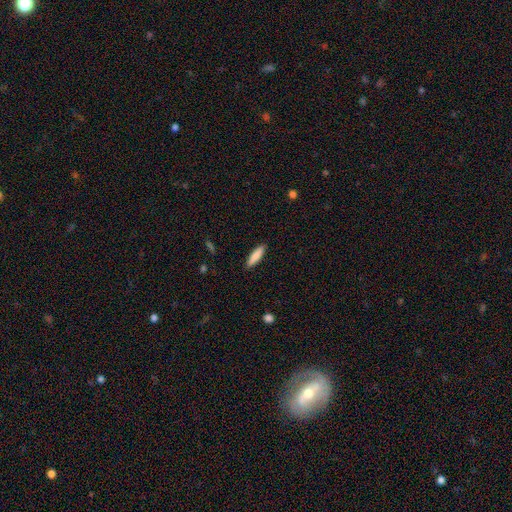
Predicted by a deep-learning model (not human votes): Overall: smooth (84%). How rounded: cigar-shaped (72%). Merging: none (90%).